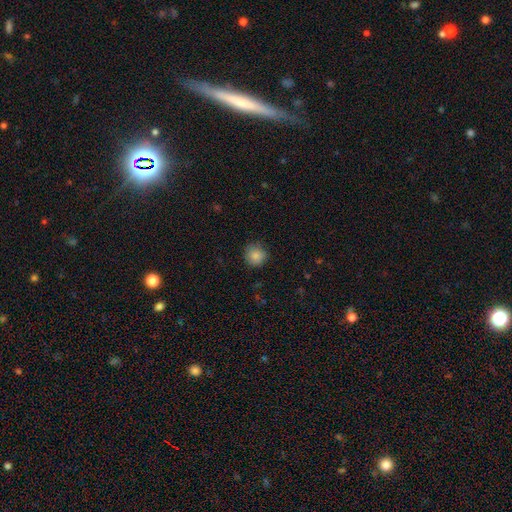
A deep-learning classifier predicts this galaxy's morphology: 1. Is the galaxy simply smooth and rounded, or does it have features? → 86% smooth, 9% star or artifact, 5% featured or disk.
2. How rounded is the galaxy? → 92% round, 7% in between, 1% cigar-shaped.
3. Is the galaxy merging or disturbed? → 84% none, 13% minor disturbance, 3% major disturbance, 1% merger.